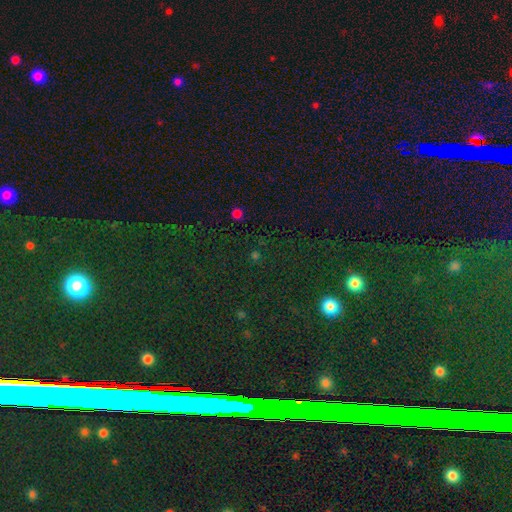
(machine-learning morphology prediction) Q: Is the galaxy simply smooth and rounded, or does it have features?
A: star or artifact — 60%.